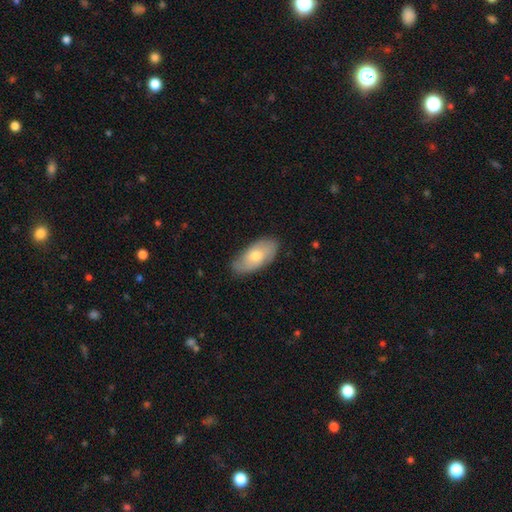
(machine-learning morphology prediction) smooth_or_featured: smooth (p=0.61) [alt: featured or disk p=0.33]
how_rounded: in between (p=0.91) [alt: cigar-shaped p=0.06]
merging: none (p=0.78) [alt: minor disturbance p=0.18]